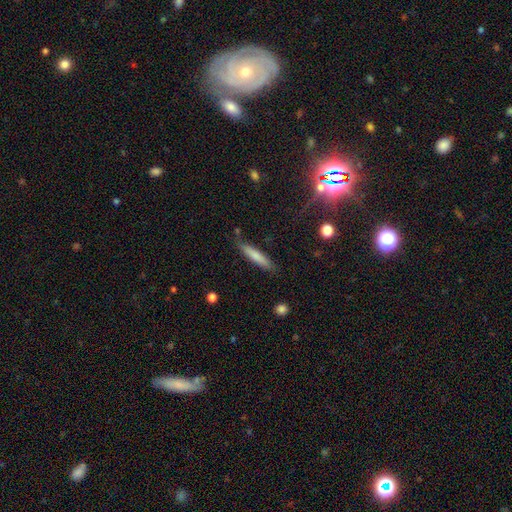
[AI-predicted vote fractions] smooth-or-featured: smooth: 74% | featured or disk: 20% | star or artifact: 6%
  how-rounded: cigar-shaped: 90% | in between: 9% | round: 1%
  merging: none: 83% | minor disturbance: 13% | major disturbance: 2% | merger: 2%